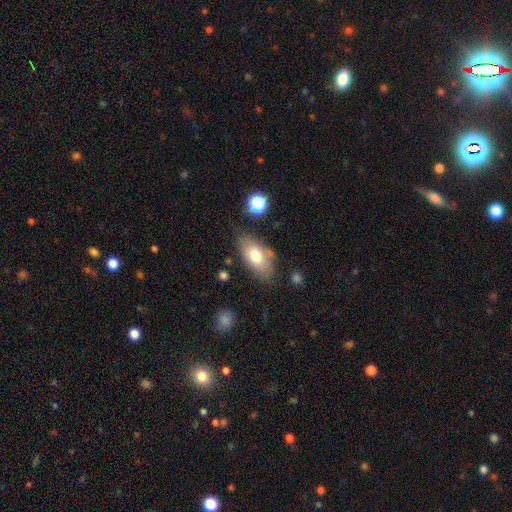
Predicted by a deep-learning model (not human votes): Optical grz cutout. It shows a smooth galaxy with no disk features (72%) that is in between round and cigar-shaped (90%). Merging: none (73%).